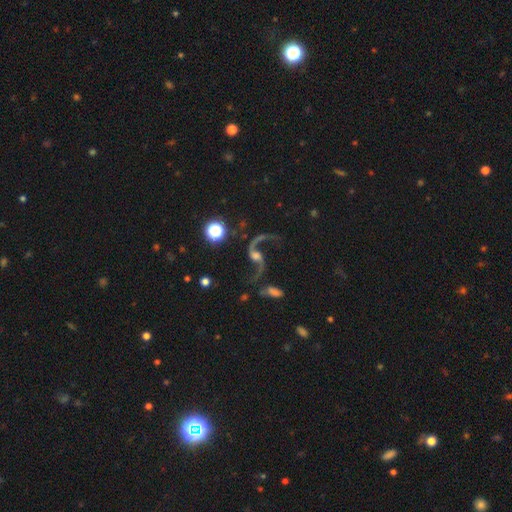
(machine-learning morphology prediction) Smooth or featured: featured or disk — 89% (star or artifact — 7%)
Edge-on disk: no — 97% (yes — 3%)
Bar: no — 50% (weak — 36%)
Spiral arms: yes — 97% (no — 3%)
Spiral winding: loose — 90% (medium — 8%)
Spiral arm count: 2 — 93% (1 — 3%)
Bulge size: moderate — 44% (small — 27%)
Merging: none — 68% (minor disturbance — 14%)